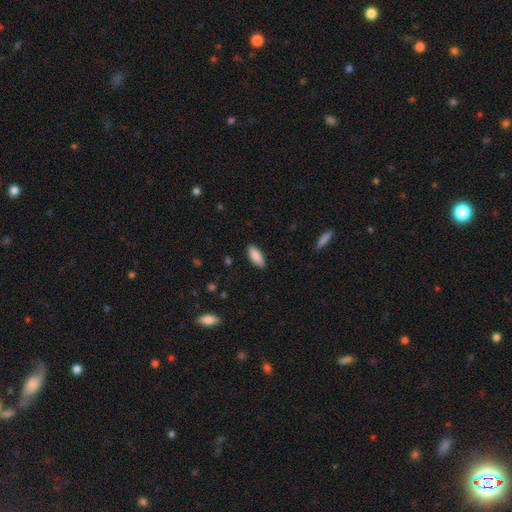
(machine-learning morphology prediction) smooth 88%, star or artifact 6%, featured or disk 6%. Down the decision tree: how rounded — in between (80%); merging — none (88%).